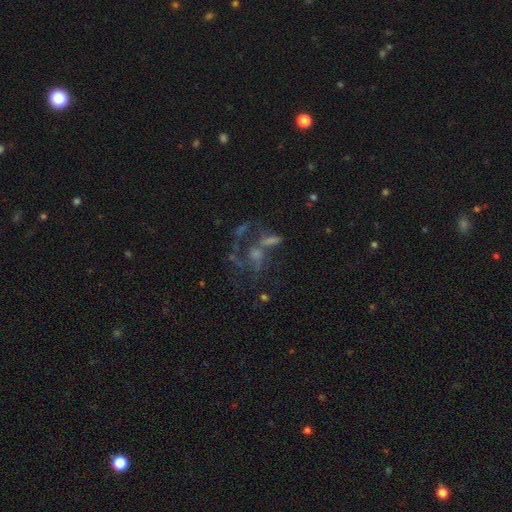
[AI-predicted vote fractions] Q: Smooth or featured?
A: featured or disk (57%); runner-up: star or artifact (26%)
Q: Edge-on disk?
A: no (95%); runner-up: yes (5%)
Q: Bar?
A: no (73%); runner-up: weak (20%)
Q: Spiral arms?
A: yes (52%); runner-up: no (48%)
Q: Bulge size?
A: none (39%); runner-up: small (28%)
Q: Merging?
A: merger (31%); runner-up: none (29%)